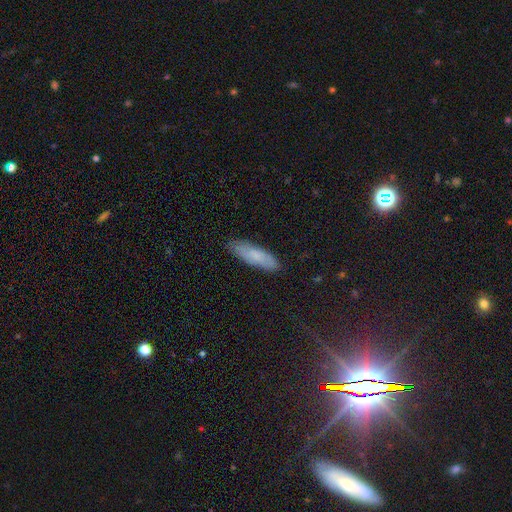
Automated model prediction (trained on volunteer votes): smooth 73%, featured or disk 20%, star or artifact 7%. Down the decision tree: how rounded — cigar-shaped (56%); merging — none (84%).